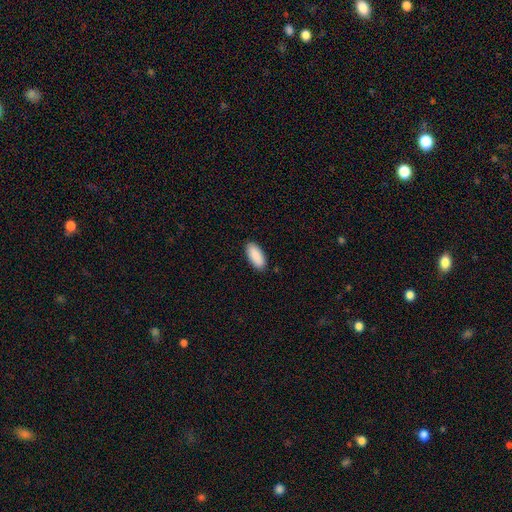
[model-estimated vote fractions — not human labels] smooth_or_featured: smooth (p=0.91) [alt: star or artifact p=0.06]
how_rounded: in between (p=0.90) [alt: cigar-shaped p=0.09]
merging: none (p=0.89) [alt: minor disturbance p=0.08]